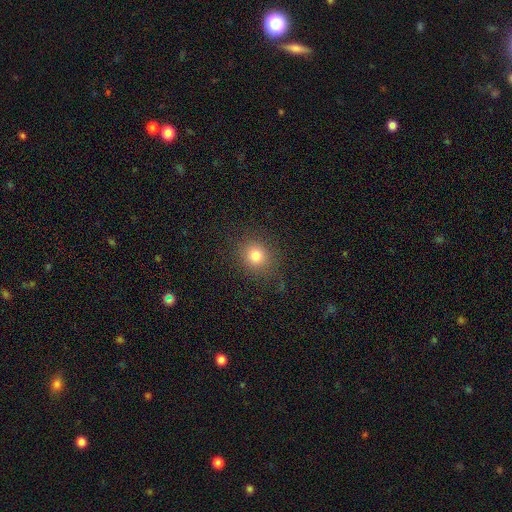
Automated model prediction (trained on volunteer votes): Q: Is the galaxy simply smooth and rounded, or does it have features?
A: smooth — 79%.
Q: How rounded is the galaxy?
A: round — 79%.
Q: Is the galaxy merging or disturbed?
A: none — 85%.